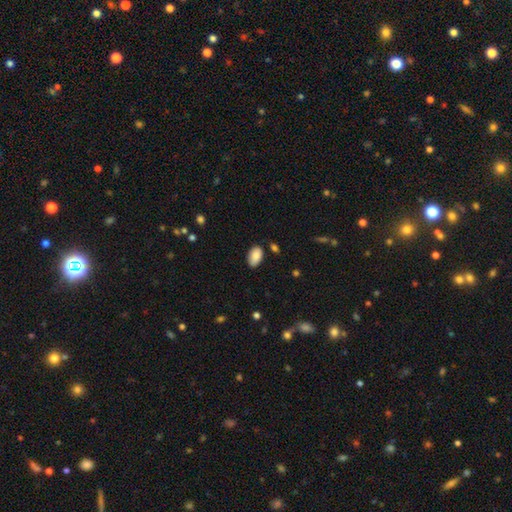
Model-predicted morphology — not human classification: smooth 86%, star or artifact 7%, featured or disk 7%. Down the decision tree: how rounded — in between (94%); merging — none (81%).